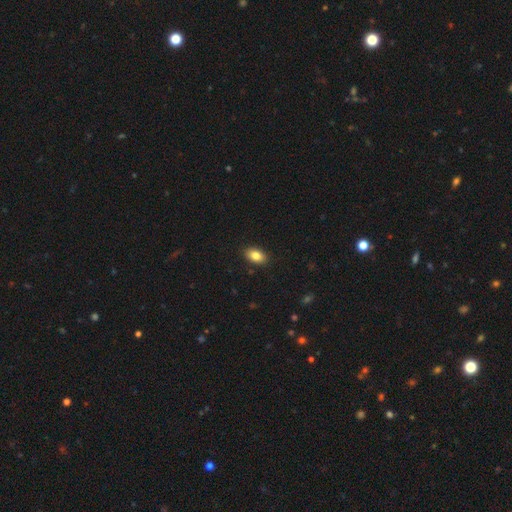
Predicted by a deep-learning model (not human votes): Morphology: type=smooth (84%); roundness=in between (91%); merging=none (89%).